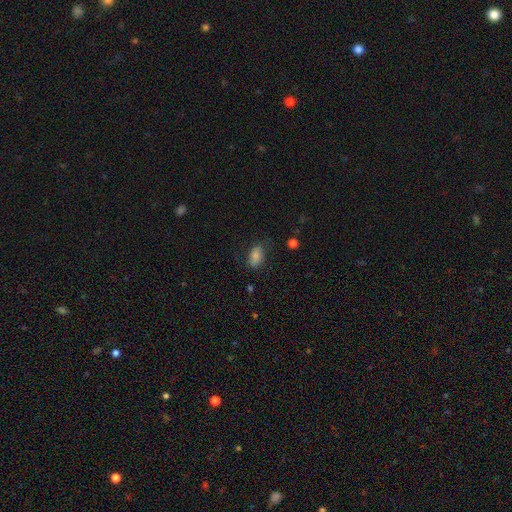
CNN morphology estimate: Smooth or featured?
  - smooth: 78% *
  - featured or disk: 12%
  - star or artifact: 10%
How rounded?
  - in between: 89% *
  - round: 9%
  - cigar-shaped: 2%
Merging?
  - none: 71% *
  - minor disturbance: 21%
  - major disturbance: 6%
  - merger: 1%